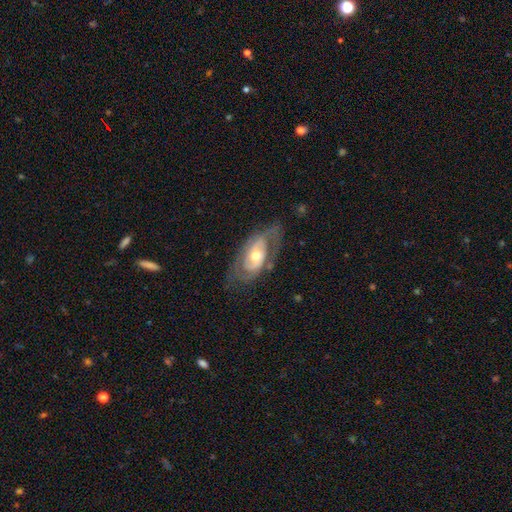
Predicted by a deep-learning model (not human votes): The model was most divided on "spiral arms": yes: 67%, no: 33%. More confident: edge-on disk — no (92%); smooth or featured — featured or disk (74%); bulge size — moderate (71%); bar — no (70%); merging — none (63%).